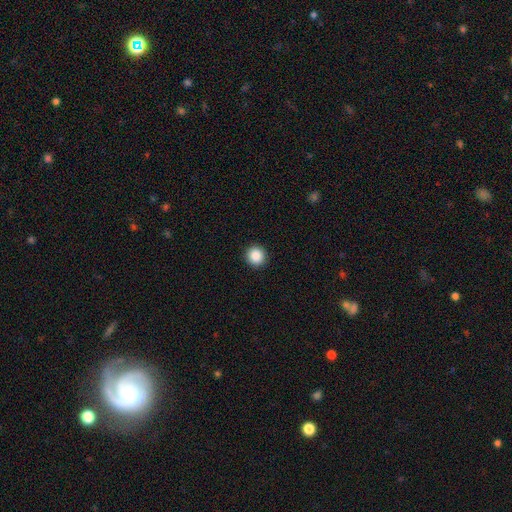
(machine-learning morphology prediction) Smooth or featured?
  - smooth: 87% *
  - star or artifact: 9%
  - featured or disk: 3%
How rounded?
  - round: 94% *
  - in between: 5%
  - cigar-shaped: 1%
Merging?
  - none: 93% *
  - minor disturbance: 5%
  - major disturbance: 2%
  - merger: 1%